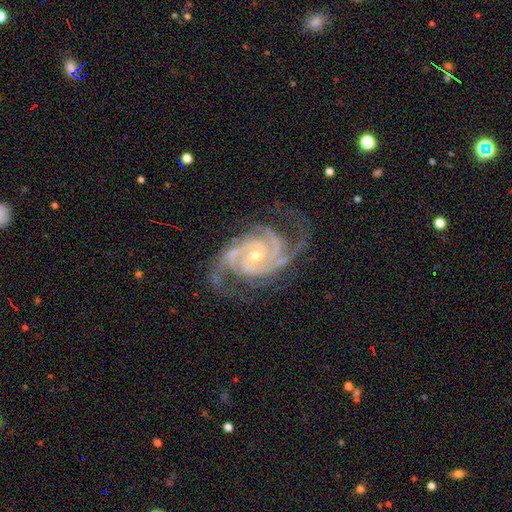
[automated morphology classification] Smooth or featured?
  - featured or disk: 94% *
  - star or artifact: 4%
  - smooth: 2%
Edge-on disk?
  - no: 98% *
  - yes: 2%
Bar?
  - no: 61% *
  - weak: 27%
  - strong: 12%
Spiral arms?
  - yes: 99% *
  - no: 1%
Spiral winding?
  - tight: 68% *
  - medium: 29%
  - loose: 3%
Spiral arm count?
  - 3: 45% *
  - 2: 19%
  - 4: 17%
  - can't tell: 7%
  - more than 4: 6%
  - 1: 5%
Bulge size?
  - moderate: 49% *
  - small: 48%
  - large: 1%
  - none: 1%
  - dominant: 1%
Merging?
  - none: 70% *
  - minor disturbance: 19%
  - major disturbance: 9%
  - merger: 1%